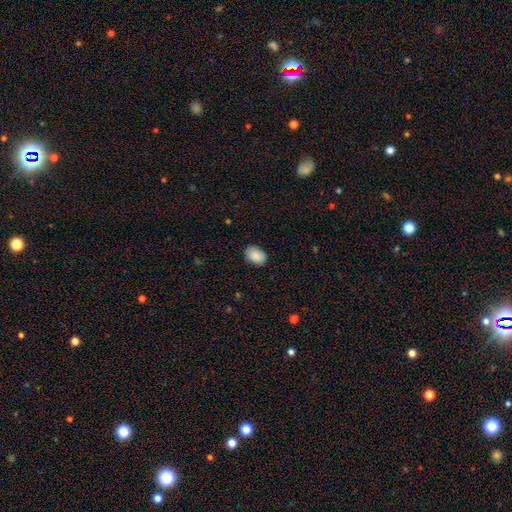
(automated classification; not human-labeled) Overall: smooth (88%). How rounded: in between (82%). Merging: none (87%).